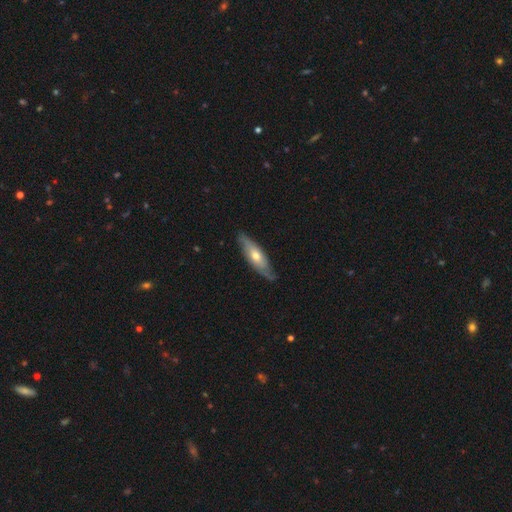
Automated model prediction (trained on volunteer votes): smooth-or-featured: featured or disk: 53% | smooth: 41% | star or artifact: 5%
  disk-edge-on: yes: 51% | no: 49%
  merging: none: 79% | minor disturbance: 16% | major disturbance: 3% | merger: 1%